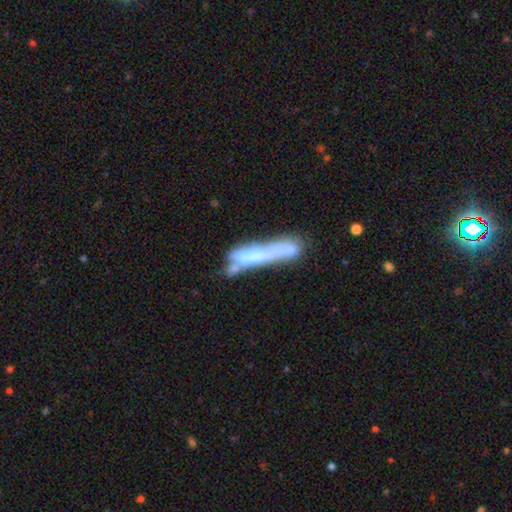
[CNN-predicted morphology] smooth_or_featured: smooth (p=0.50) [alt: featured or disk p=0.42]
merging: merger (p=0.38) [alt: none p=0.25]